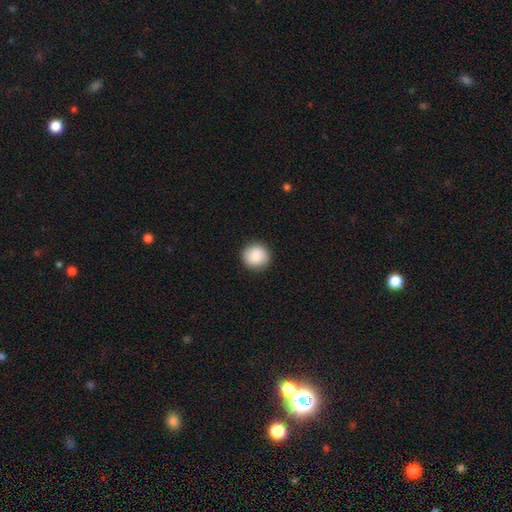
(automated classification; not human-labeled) Morphology: type=smooth (88%); roundness=round (93%); merging=none (91%).